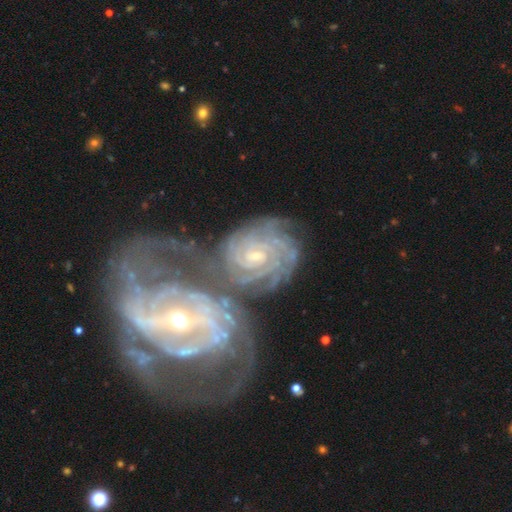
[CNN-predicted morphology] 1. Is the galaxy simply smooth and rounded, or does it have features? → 89% featured or disk, 6% star or artifact, 5% smooth.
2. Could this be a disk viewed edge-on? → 97% no, 3% yes.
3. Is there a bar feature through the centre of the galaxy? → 45% no, 34% weak, 21% strong.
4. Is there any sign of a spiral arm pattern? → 97% yes, 3% no.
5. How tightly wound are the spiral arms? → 77% tight, 19% medium, 4% loose.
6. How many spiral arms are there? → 26% can't tell, 22% 4, 17% more than 4, 16% 3, 11% 2, 7% 1.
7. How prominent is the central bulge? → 65% small, 30% moderate, 2% none, 2% large, 1% dominant.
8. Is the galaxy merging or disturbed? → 55% merger, 24% none, 12% minor disturbance, 9% major disturbance.